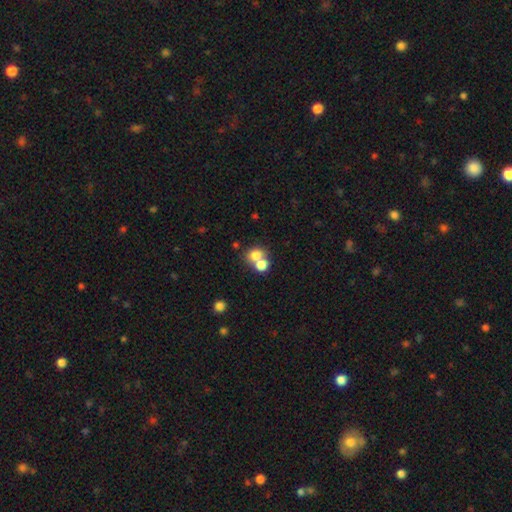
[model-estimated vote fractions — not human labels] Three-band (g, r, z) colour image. It shows a smooth galaxy with no disk features (75%) that is round (69%). Merging: merger (54%).